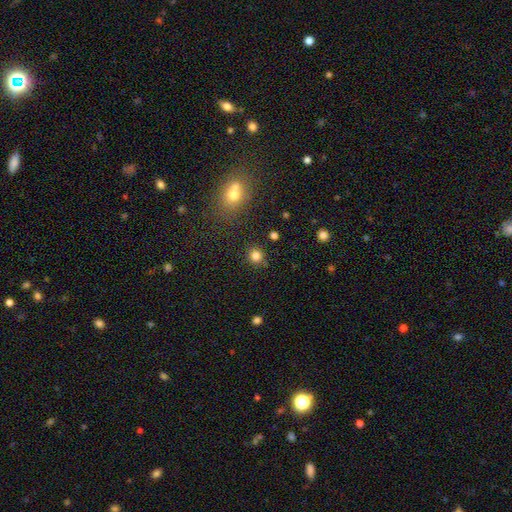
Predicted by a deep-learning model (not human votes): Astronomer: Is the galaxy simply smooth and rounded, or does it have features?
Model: smooth — 82%.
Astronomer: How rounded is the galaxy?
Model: round — 88%.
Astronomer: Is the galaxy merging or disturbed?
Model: none — 87%.